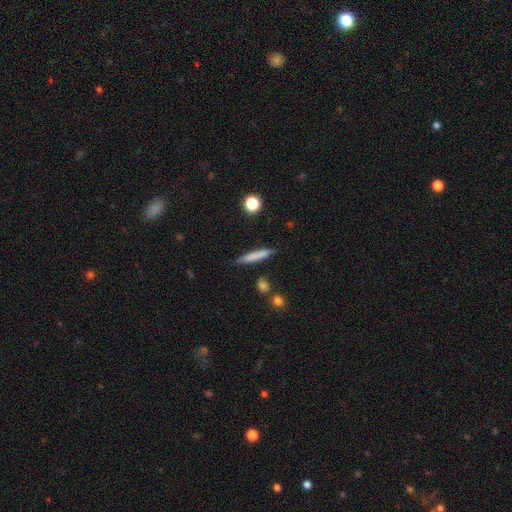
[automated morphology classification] A smooth galaxy with no disk features (74%) that is cigar-shaped (90%). Merging: none (82%).